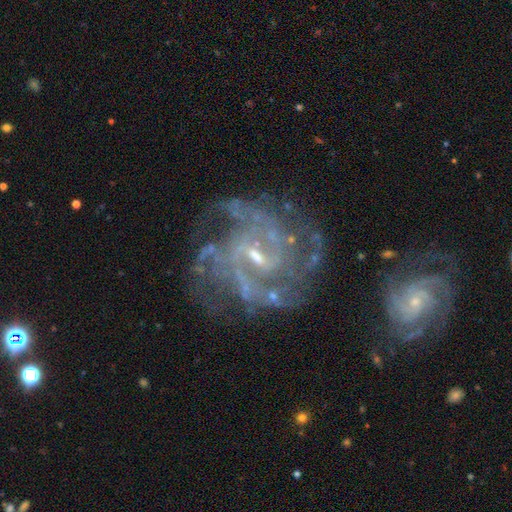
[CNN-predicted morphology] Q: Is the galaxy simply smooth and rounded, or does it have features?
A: featured or disk — 88%.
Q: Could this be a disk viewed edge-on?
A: no — 98%.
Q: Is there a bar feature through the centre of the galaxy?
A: weak — 54%.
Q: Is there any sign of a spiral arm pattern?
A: yes — 95%.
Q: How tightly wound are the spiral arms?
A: tight — 50%.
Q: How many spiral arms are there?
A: can't tell — 26%.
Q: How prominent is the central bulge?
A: small — 71%.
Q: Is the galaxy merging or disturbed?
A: none — 62%.